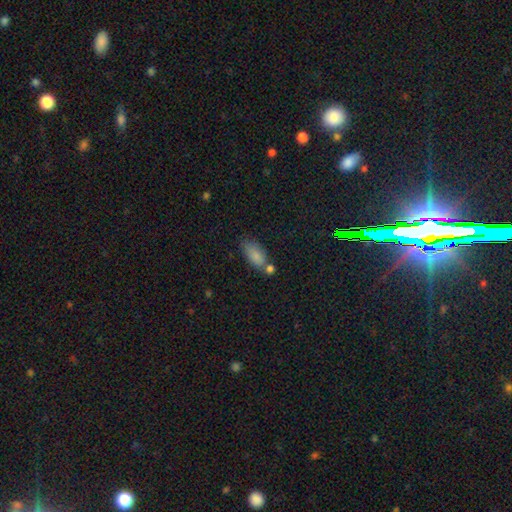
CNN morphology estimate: Overall: smooth (83%). How rounded: in between (87%). Merging: none (49%; merger 25%).